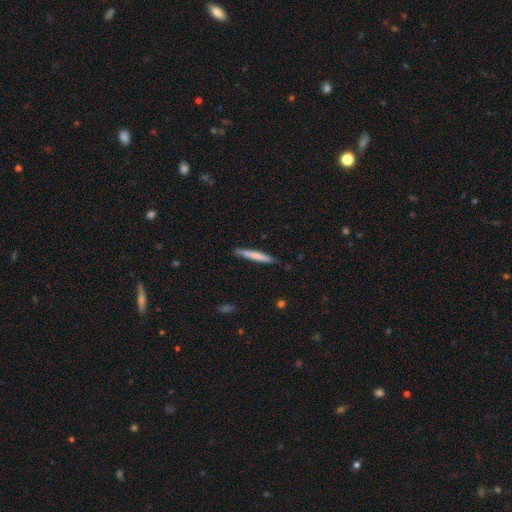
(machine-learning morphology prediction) type=smooth (70%); roundness=cigar-shaped (96%); merging=none (85%).